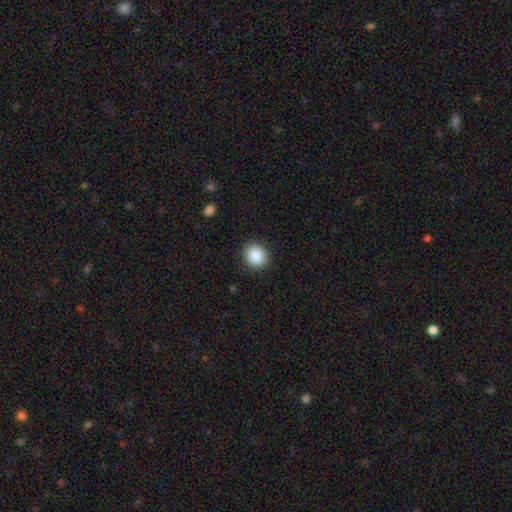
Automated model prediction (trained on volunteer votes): This appears to be a smooth galaxy with no disk features (88%) that is round (77%). Merging: none (90%).